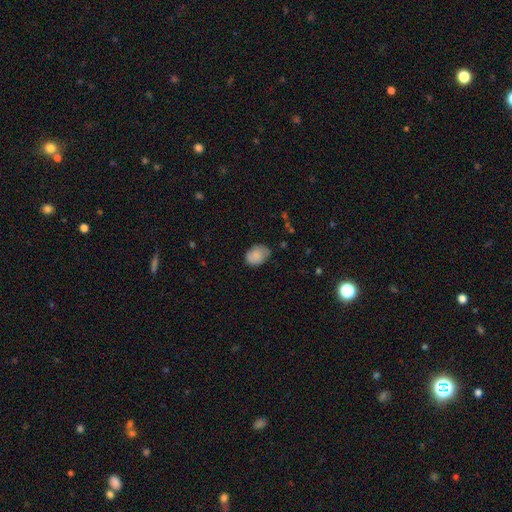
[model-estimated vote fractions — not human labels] Overall: smooth (83%). How rounded: in between (71%). Merging: none (65%; minor disturbance 28%).